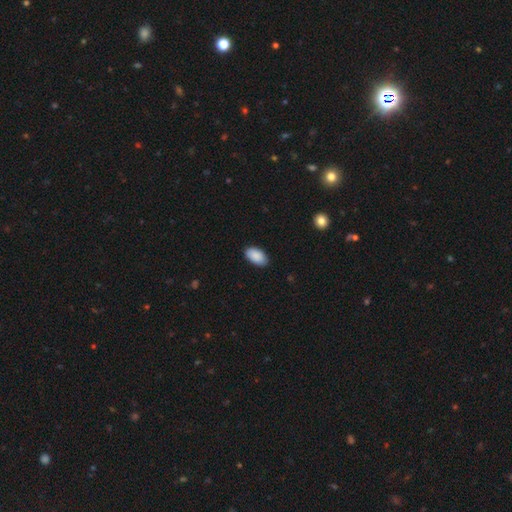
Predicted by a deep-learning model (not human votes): smooth-or-featured: smooth: 90% | star or artifact: 6% | featured or disk: 4%
  how-rounded: in between: 95% | round: 3% | cigar-shaped: 2%
  merging: none: 84% | minor disturbance: 13% | major disturbance: 2% | merger: 1%